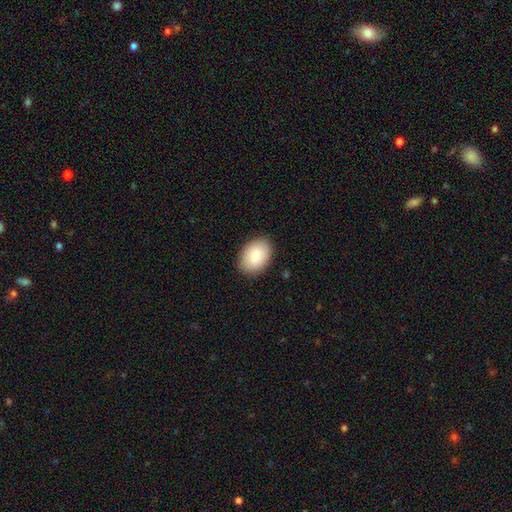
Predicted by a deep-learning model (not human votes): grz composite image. It shows a smooth galaxy with no disk features (85%) that is in between round and cigar-shaped (81%). Merging: none (87%).